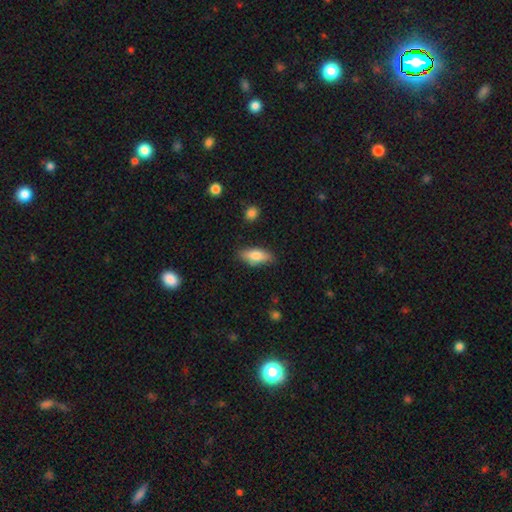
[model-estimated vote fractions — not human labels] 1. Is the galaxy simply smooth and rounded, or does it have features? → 77% smooth, 17% featured or disk, 7% star or artifact.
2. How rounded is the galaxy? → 72% in between, 25% cigar-shaped, 3% round.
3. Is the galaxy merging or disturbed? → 83% none, 13% minor disturbance, 3% major disturbance, 2% merger.